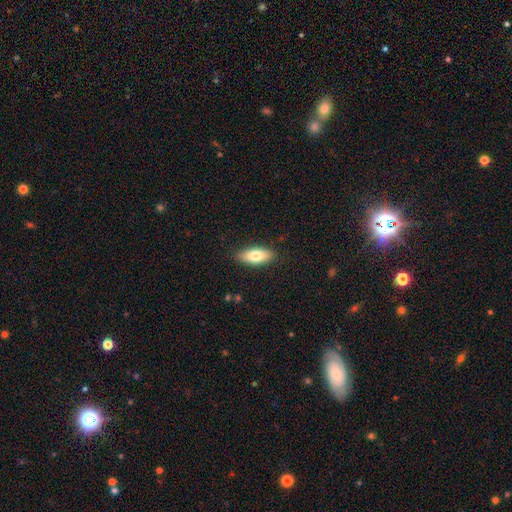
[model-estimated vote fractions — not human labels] A smooth galaxy with no disk features (75%) that is in between round and cigar-shaped (77%).

Vote fractions:
- Smooth or featured? smooth: 75% / featured or disk: 19% / star or artifact: 6%
- How rounded? in between: 77% / cigar-shaped: 20% / round: 3%
- Merging? none: 88% / minor disturbance: 9% / major disturbance: 2% / merger: 1%